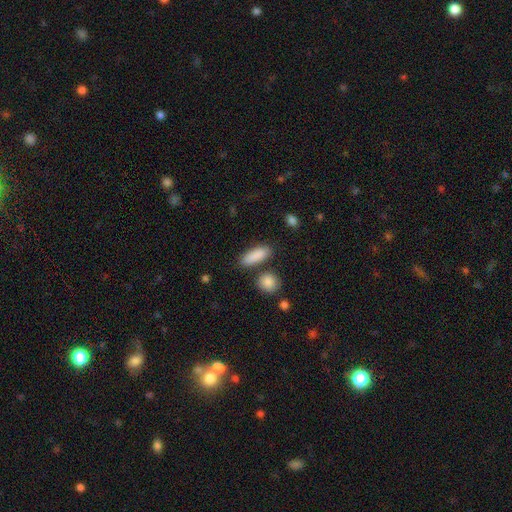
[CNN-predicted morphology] A smooth galaxy with no disk features (88%) that is in between round and cigar-shaped (61%).

Vote fractions:
- Smooth or featured? smooth: 88% / star or artifact: 6% / featured or disk: 6%
- How rounded? in between: 61% / cigar-shaped: 35% / round: 4%
- Merging? none: 79% / minor disturbance: 11% / merger: 8% / major disturbance: 3%